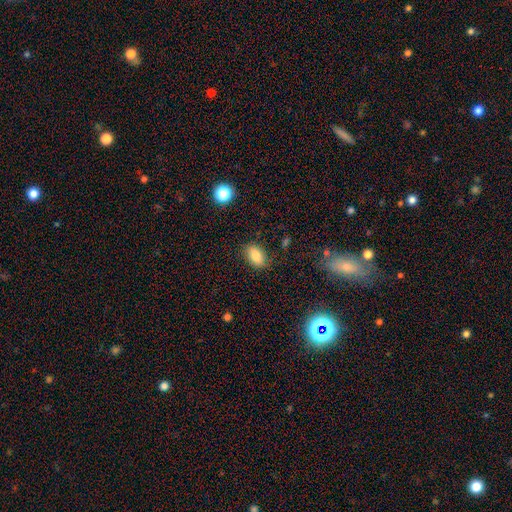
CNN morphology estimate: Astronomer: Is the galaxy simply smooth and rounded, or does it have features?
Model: smooth — 83%.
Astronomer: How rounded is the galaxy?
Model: in between — 88%.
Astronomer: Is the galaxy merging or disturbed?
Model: none — 82%.